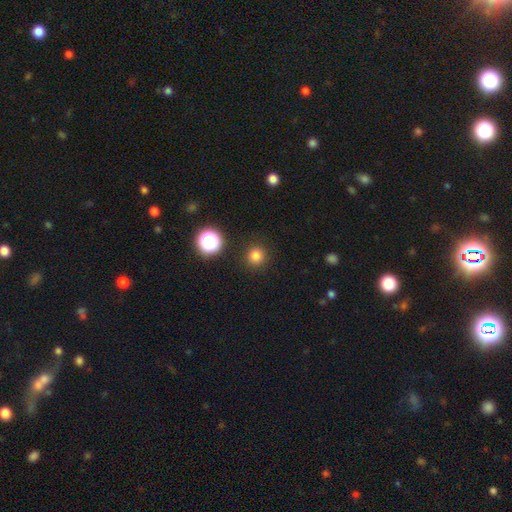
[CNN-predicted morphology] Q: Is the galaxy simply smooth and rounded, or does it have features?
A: smooth — 80%.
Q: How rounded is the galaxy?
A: round — 95%.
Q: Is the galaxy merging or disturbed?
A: none — 91%.